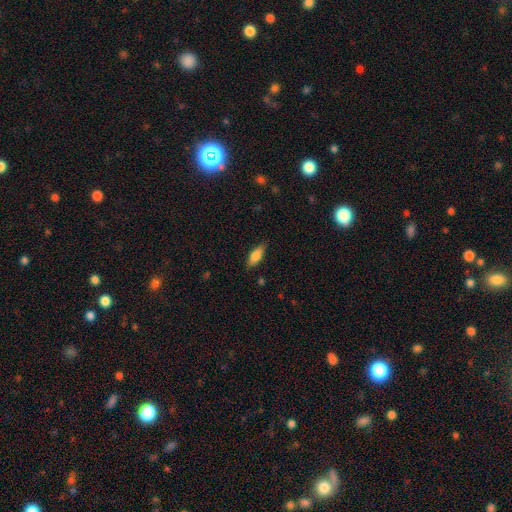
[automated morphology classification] smooth_or_featured: smooth (p=0.80) [alt: featured or disk p=0.13]
how_rounded: in between (p=0.72) [alt: cigar-shaped p=0.25]
merging: none (p=0.82) [alt: minor disturbance p=0.14]